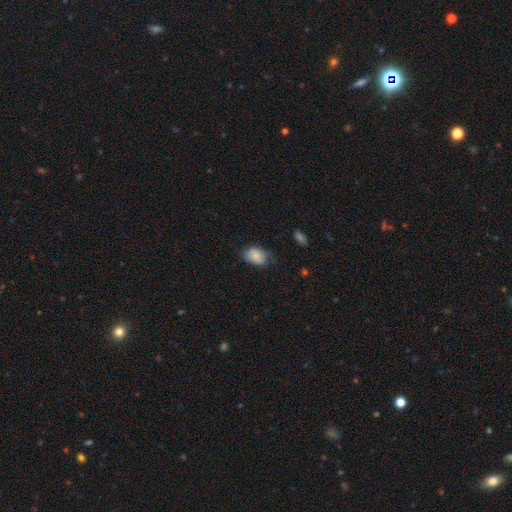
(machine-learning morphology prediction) type=smooth (82%); roundness=in between (81%); merging=none (68%).